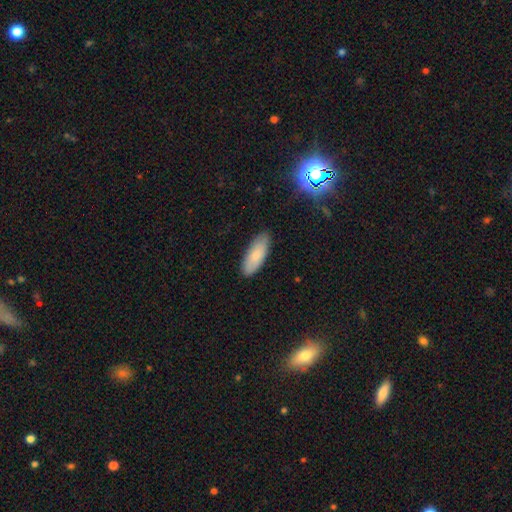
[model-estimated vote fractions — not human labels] smooth 82%, featured or disk 12%, star or artifact 7%. Down the decision tree: how rounded — in between (75%); merging — none (85%).